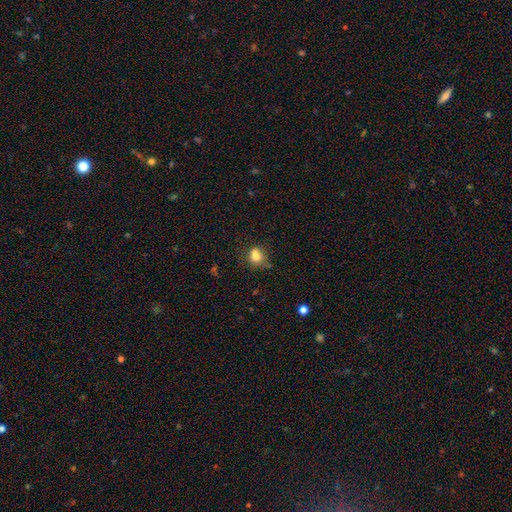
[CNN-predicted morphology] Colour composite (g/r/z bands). It shows a smooth galaxy with no disk features (80%) that is round (60%). Merging: none (55%).